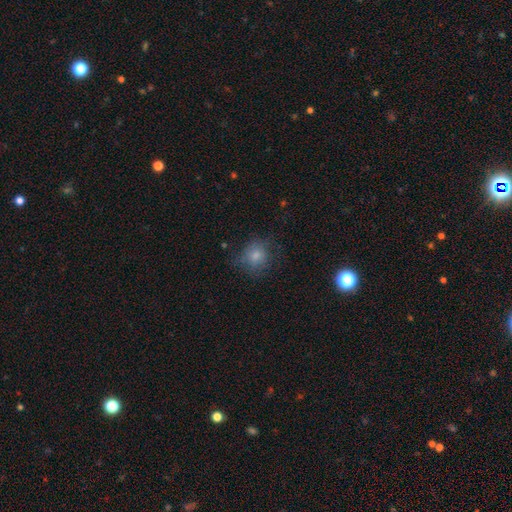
Morphology: type=smooth (70%); roundness=round (82%); merging=none (56%).